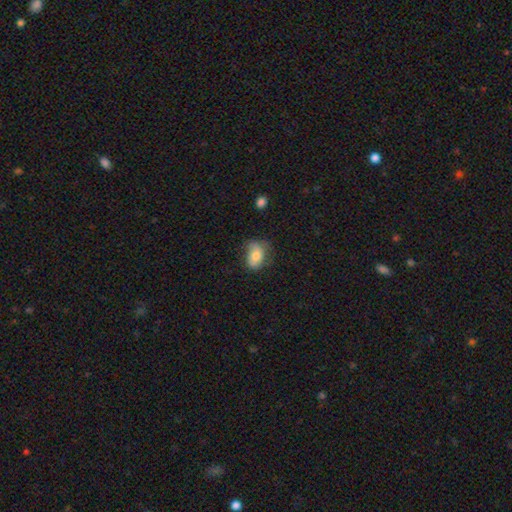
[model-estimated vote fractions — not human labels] Smooth or featured? smooth (74%)
How rounded? in between (84%)
Merging? none (56%)